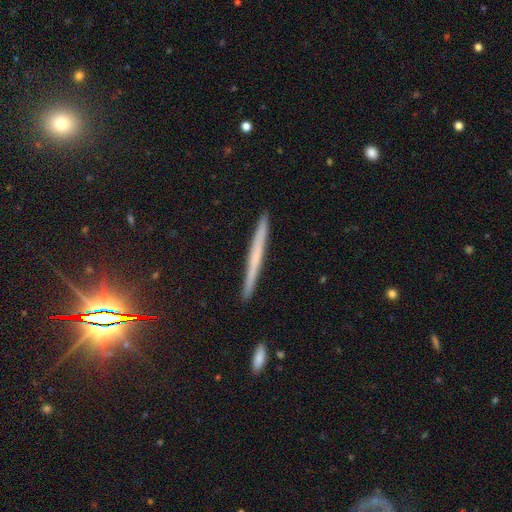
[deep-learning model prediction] A smooth galaxy with no disk features (45%).

Vote fractions:
- Smooth or featured? smooth: 45% / featured or disk: 44% / star or artifact: 11%
- Merging? none: 91% / minor disturbance: 6% / major disturbance: 1% / merger: 1%